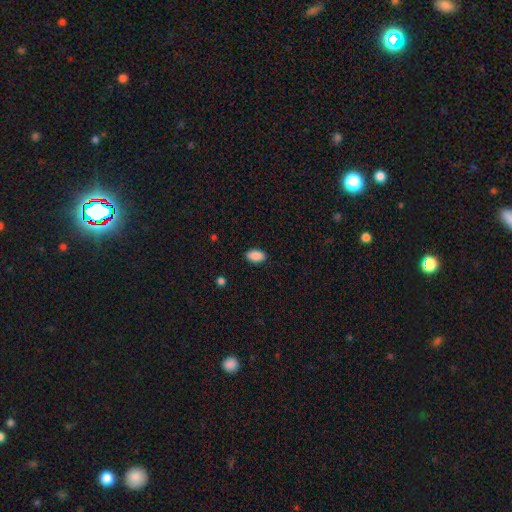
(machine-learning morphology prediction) This appears to be a smooth galaxy with no disk features (90%) that is in between round and cigar-shaped (93%). Merging: none (88%).